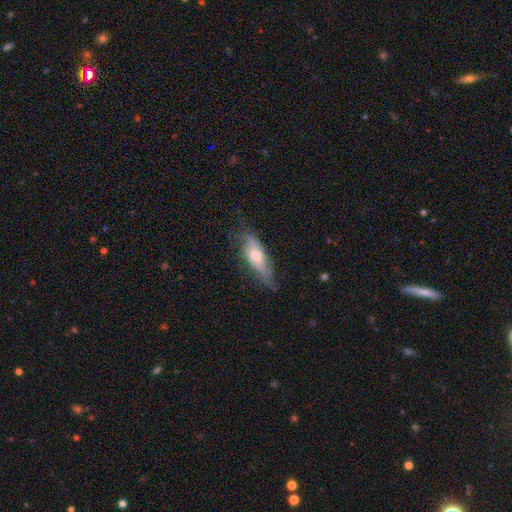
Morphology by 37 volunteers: Q: Smooth or featured?
A: smooth (57%); runner-up: featured or disk (35%)
Q: How rounded?
A: in between (52%); runner-up: cigar-shaped (48%)
Q: Merging?
A: minor disturbance (44%); runner-up: none (38%)